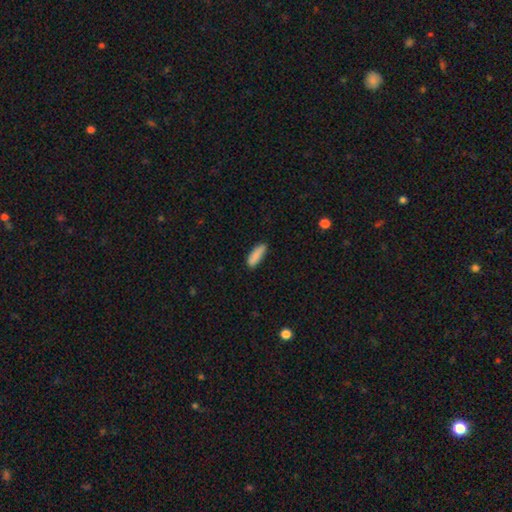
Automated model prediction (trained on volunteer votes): Smooth or featured?
  - smooth: 87% *
  - star or artifact: 7%
  - featured or disk: 6%
How rounded?
  - in between: 56% *
  - cigar-shaped: 42%
  - round: 2%
Merging?
  - none: 78% *
  - minor disturbance: 18%
  - major disturbance: 3%
  - merger: 2%